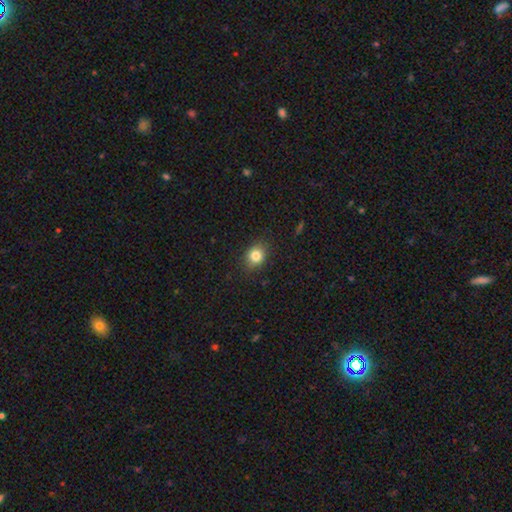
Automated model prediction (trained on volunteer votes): Smooth or featured: smooth — 82% (star or artifact — 11%)
How rounded: round — 55% (in between — 43%)
Merging: none — 86% (minor disturbance — 10%)